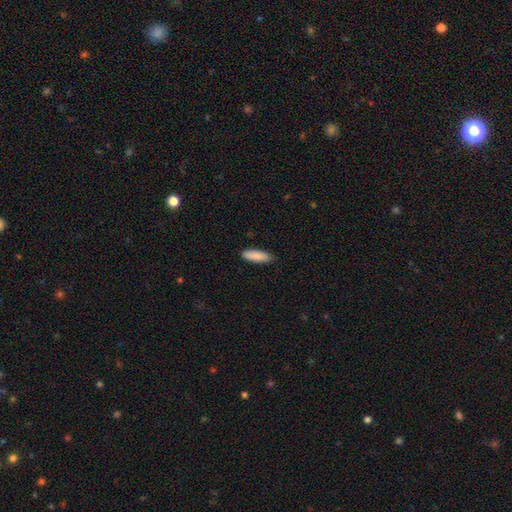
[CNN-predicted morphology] Smooth or featured? Predicted: smooth (p=0.89). How rounded? Predicted: cigar-shaped (p=0.50). Merging? Predicted: none (p=0.86).